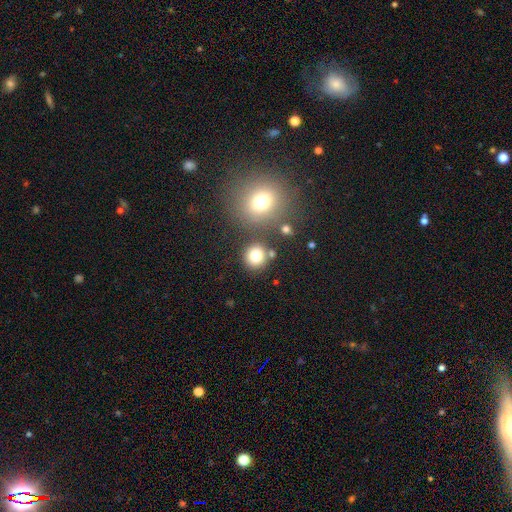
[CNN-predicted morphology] smooth-or-featured: smooth: 78% | star or artifact: 13% | featured or disk: 8%
  how-rounded: round: 90% | in between: 9% | cigar-shaped: 1%
  merging: none: 78% | merger: 10% | minor disturbance: 8% | major disturbance: 4%